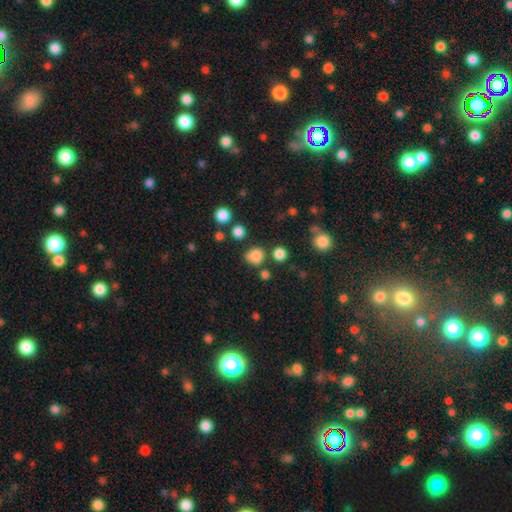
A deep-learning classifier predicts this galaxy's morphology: This is clearly a smooth galaxy (80%). How rounded: clearly round (82%). Merging: likely none (71%).